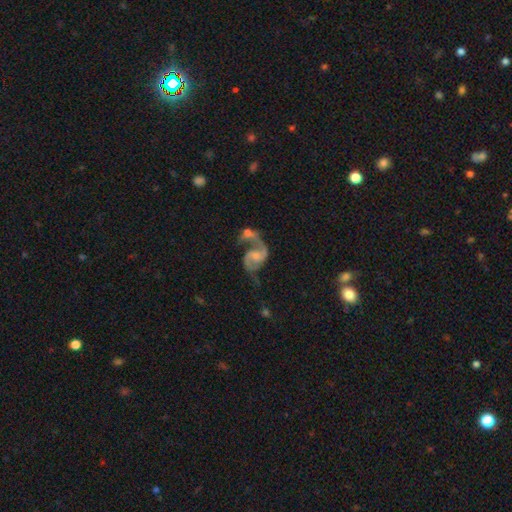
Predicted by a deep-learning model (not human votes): Q: Smooth or featured?
A: featured or disk (89%); runner-up: star or artifact (6%)
Q: Edge-on disk?
A: no (98%); runner-up: yes (2%)
Q: Bar?
A: no (50%); runner-up: weak (40%)
Q: Spiral arms?
A: yes (97%); runner-up: no (3%)
Q: Spiral winding?
A: medium (51%); runner-up: loose (36%)
Q: Spiral arm count?
A: 2 (87%); runner-up: 1 (8%)
Q: Bulge size?
A: small (46%); runner-up: moderate (32%)
Q: Merging?
A: none (42%); runner-up: merger (27%)